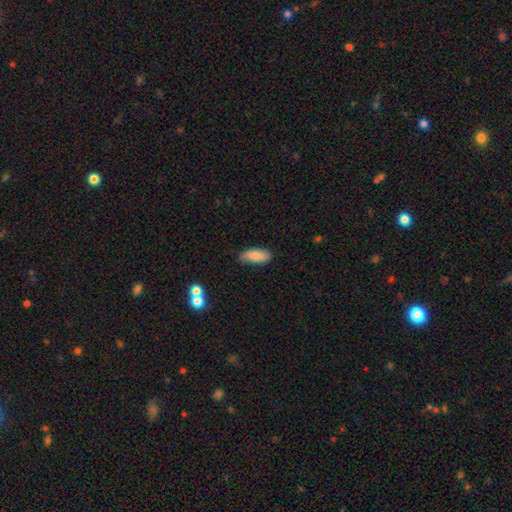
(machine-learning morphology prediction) The model was most divided on "merging": none: 77%, minor disturbance: 18%, major disturbance: 3%, merger: 2%. More confident: smooth or featured — smooth (82%); how rounded — in between (82%).